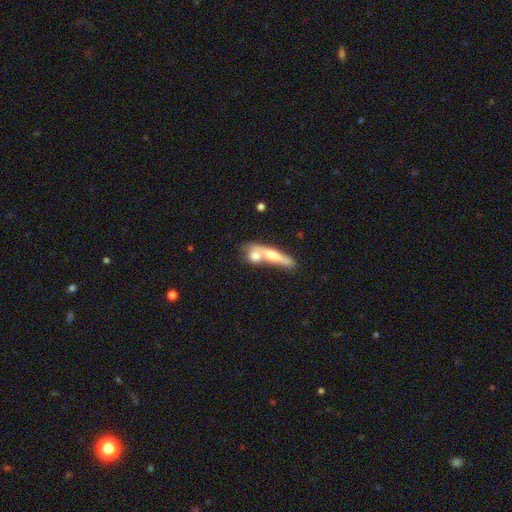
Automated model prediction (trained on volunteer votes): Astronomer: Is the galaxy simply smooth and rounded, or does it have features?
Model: smooth — 59%.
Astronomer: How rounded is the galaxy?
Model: cigar-shaped — 40% (runner-up: in between, 32%).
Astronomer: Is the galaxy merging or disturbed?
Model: merger — 55%.